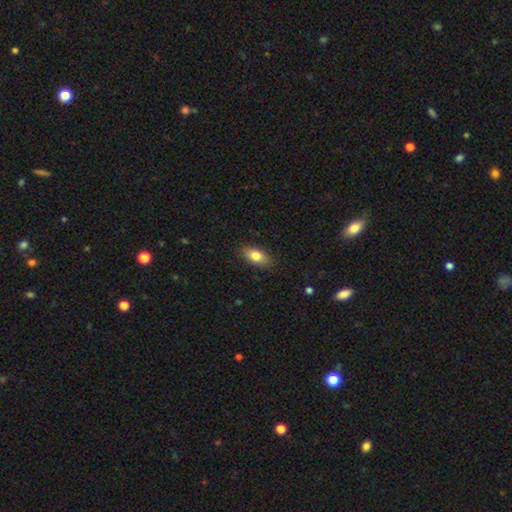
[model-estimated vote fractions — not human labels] Q: Smooth or featured?
A: smooth (81%); runner-up: featured or disk (11%)
Q: How rounded?
A: in between (89%); runner-up: round (6%)
Q: Merging?
A: none (86%); runner-up: minor disturbance (10%)